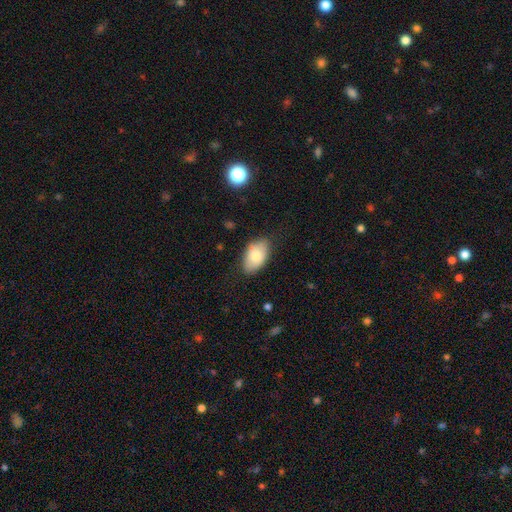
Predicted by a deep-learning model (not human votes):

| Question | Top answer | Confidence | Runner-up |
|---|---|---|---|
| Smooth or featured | smooth | 75% | featured or disk (18%) |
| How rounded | in between | 93% | round (6%) |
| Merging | none | 79% | minor disturbance (17%) |